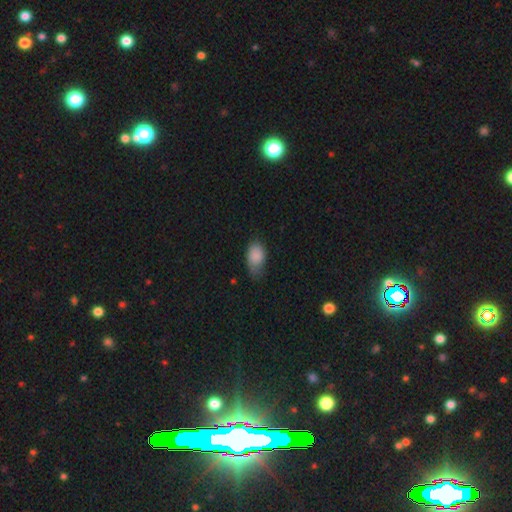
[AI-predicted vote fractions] Smooth or featured?
  - smooth: 85% *
  - star or artifact: 8%
  - featured or disk: 7%
How rounded?
  - in between: 88% *
  - round: 10%
  - cigar-shaped: 2%
Merging?
  - none: 45% *
  - minor disturbance: 41%
  - major disturbance: 13%
  - merger: 2%